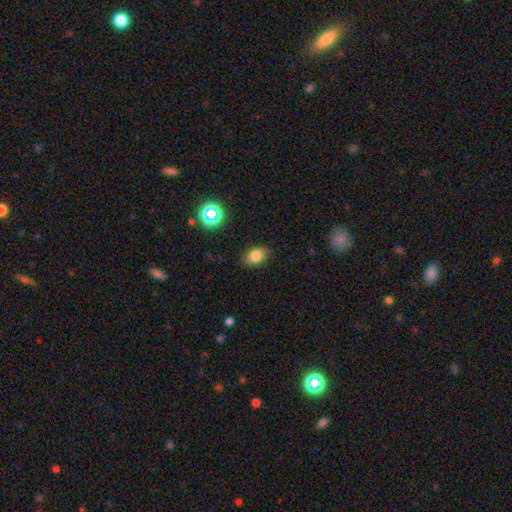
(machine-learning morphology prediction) smooth 80%, star or artifact 13%, featured or disk 8%. Down the decision tree: how rounded — in between (74%); merging — none (84%).